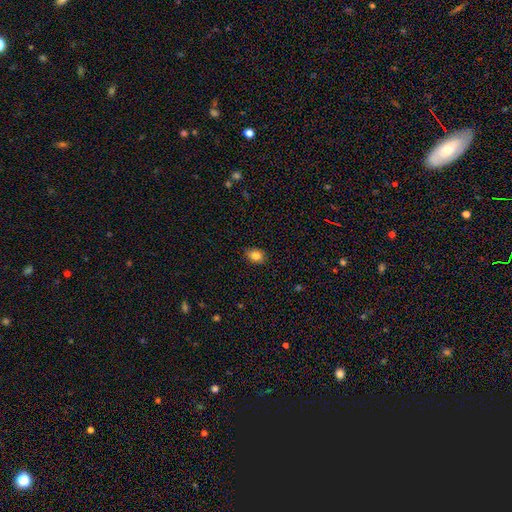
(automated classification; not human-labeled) smooth-or-featured: smooth: 84% | star or artifact: 10% | featured or disk: 7%
  how-rounded: in between: 62% | round: 36% | cigar-shaped: 1%
  merging: none: 84% | minor disturbance: 12% | major disturbance: 2% | merger: 1%